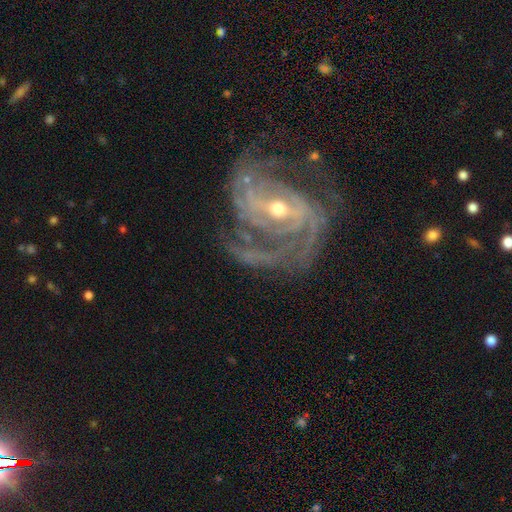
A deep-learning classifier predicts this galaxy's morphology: A featured or disk galaxy (91%) with a strong bar (45%), 2 (33%) tight (47%) spiral arms (98%) and a small central bulge (52%).

Vote fractions:
- Smooth or featured? featured or disk: 91% / star or artifact: 6% / smooth: 3%
- Edge-on disk? no: 97% / yes: 3%
- Bar? strong: 45% / weak: 38% / no: 18%
- Spiral arms? yes: 98% / no: 2%
- Spiral winding? tight: 47% / medium: 42% / loose: 11%
- Spiral arm count? 2: 33% / 3: 26% / can't tell: 15% / 4: 13% / more than 4: 7% / 1: 6%
- Bulge size? small: 52% / moderate: 44% / large: 2% / none: 1% / dominant: 1%
- Merging? none: 60% / minor disturbance: 19% / major disturbance: 18% / merger: 3%